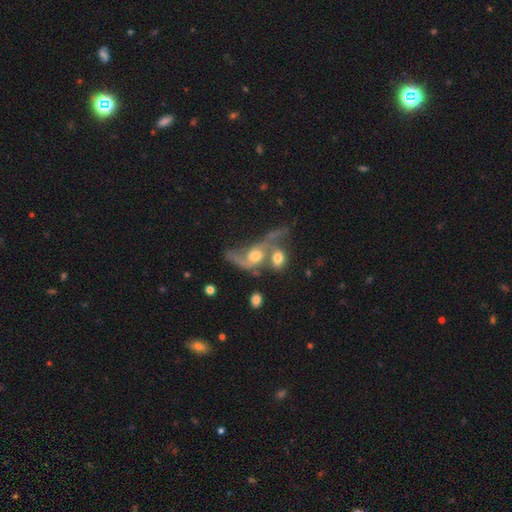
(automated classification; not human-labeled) A featured or disk galaxy (67%) with no bar (67%), 2 (72%) loose (69%) spiral arms (83%) and a moderate central bulge (55%). Merging: merger (58%).